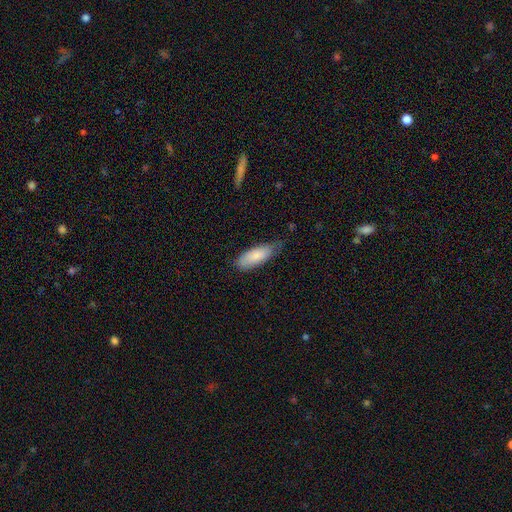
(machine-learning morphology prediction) smooth 83%, featured or disk 11%, star or artifact 6%. Down the decision tree: how rounded — in between (73%); merging — none (60%).